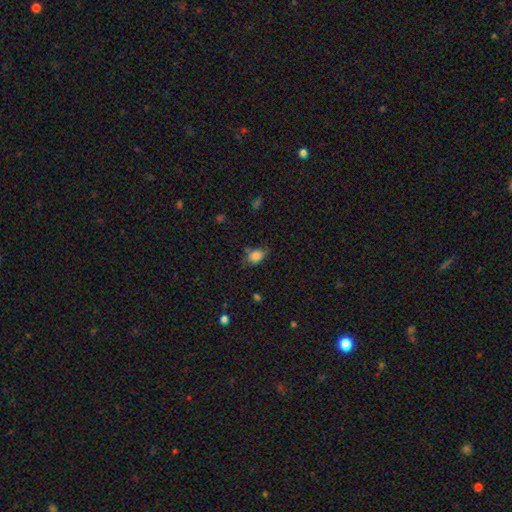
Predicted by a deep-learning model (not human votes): smooth 81%, star or artifact 10%, featured or disk 9%. Down the decision tree: how rounded — in between (80%); merging — none (56%).